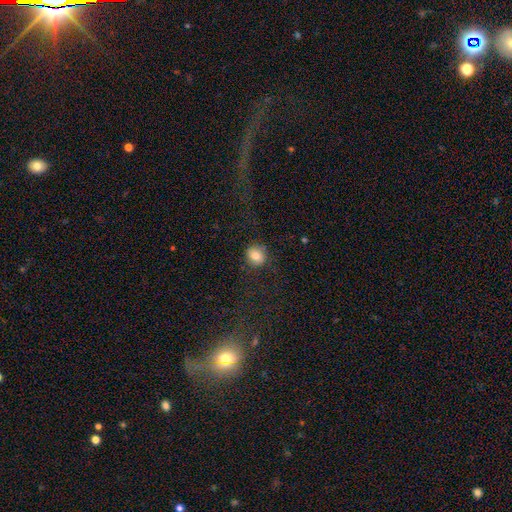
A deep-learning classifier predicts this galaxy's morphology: A smooth galaxy with no disk features (80%) that is round (79%). Merging: none (81%).